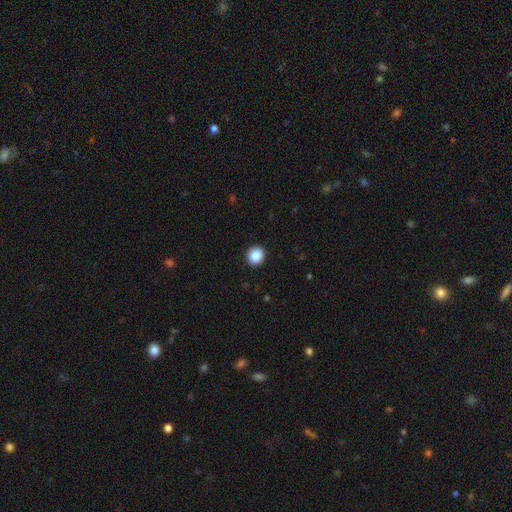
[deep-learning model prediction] A smooth galaxy with no disk features (88%) that is round (83%). Merging: none (92%).